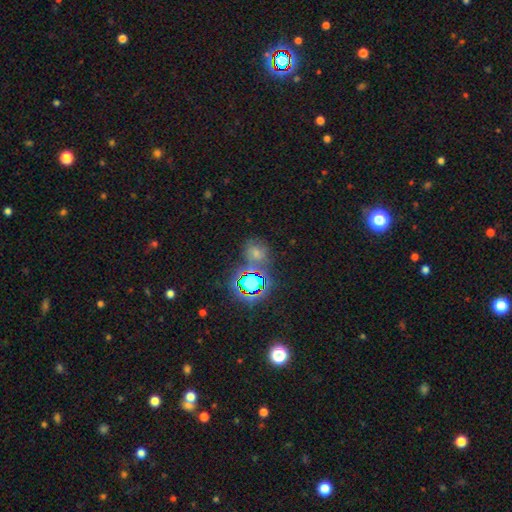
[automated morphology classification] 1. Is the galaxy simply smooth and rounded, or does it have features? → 50% star or artifact, 38% smooth, 12% featured or disk.